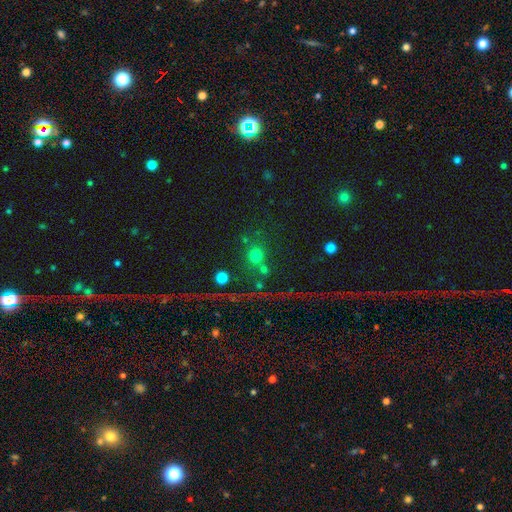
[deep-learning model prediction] Smooth or featured?
  - smooth: 70% *
  - star or artifact: 21%
  - featured or disk: 9%
How rounded?
  - round: 89% *
  - in between: 9%
  - cigar-shaped: 1%
Merging?
  - none: 66% *
  - merger: 18%
  - minor disturbance: 9%
  - major disturbance: 7%